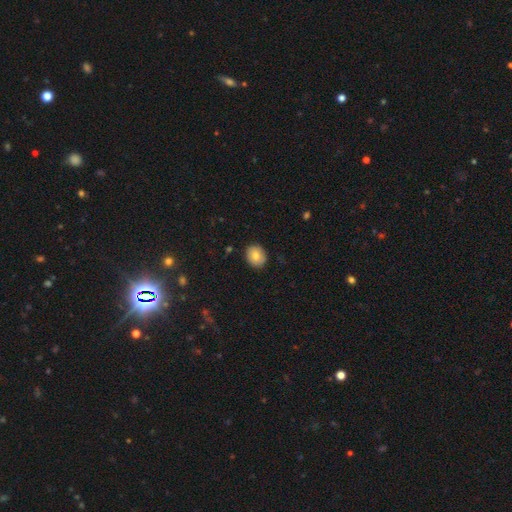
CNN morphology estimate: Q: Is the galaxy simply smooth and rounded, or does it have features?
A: smooth — 78%.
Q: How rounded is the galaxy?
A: round — 70%.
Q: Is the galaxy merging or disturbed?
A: none — 87%.